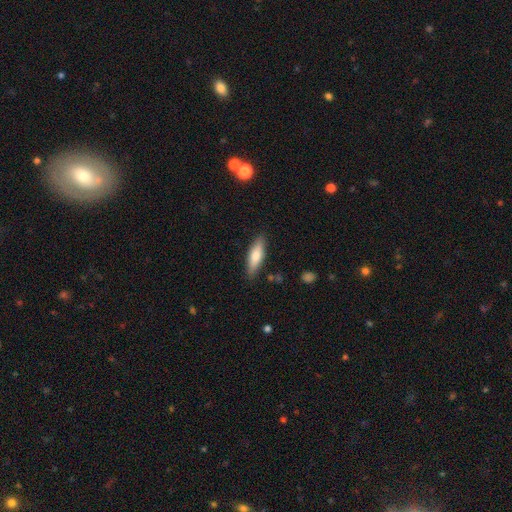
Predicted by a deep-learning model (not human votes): The model was most divided on "how rounded": cigar-shaped: 56%, in between: 42%, round: 2%. More confident: merging — none (86%); smooth or featured — smooth (66%).